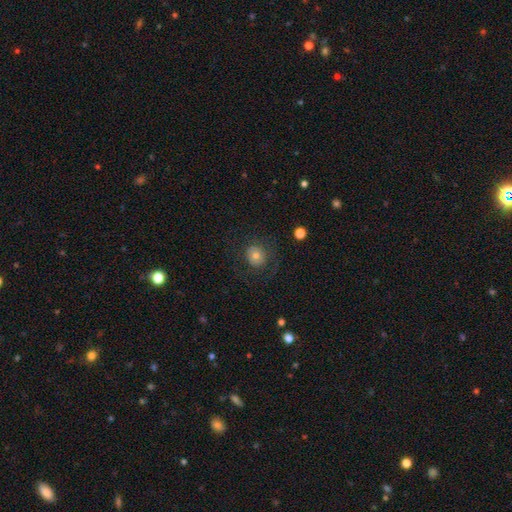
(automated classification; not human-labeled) Smooth or featured? smooth (67%)
How rounded? round (83%)
Merging? none (75%)